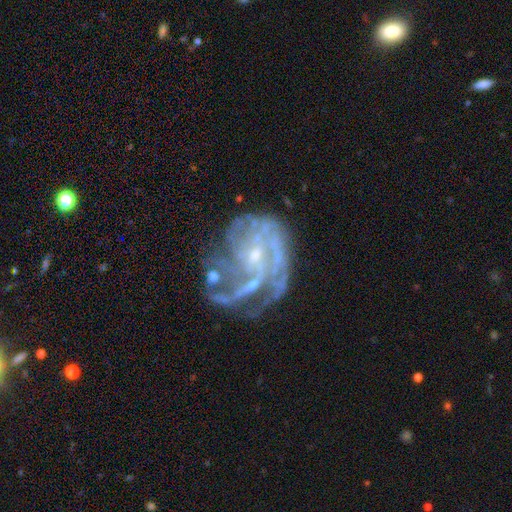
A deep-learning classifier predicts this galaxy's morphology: Smooth or featured? featured or disk (83%)
Edge-on disk? no (98%)
Bar? no (58%)
Spiral arms? yes (86%)
Spiral winding? tight (44%)
Spiral arm count? can't tell (32%)
Bulge size? small (76%)
Merging? none (35%)